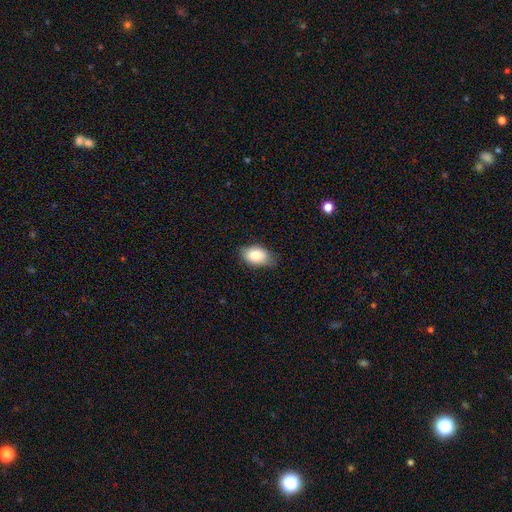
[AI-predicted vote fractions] smooth-or-featured: smooth: 82% | featured or disk: 10% | star or artifact: 7%
  how-rounded: in between: 87% | round: 11% | cigar-shaped: 2%
  merging: none: 73% | minor disturbance: 22% | major disturbance: 4% | merger: 1%